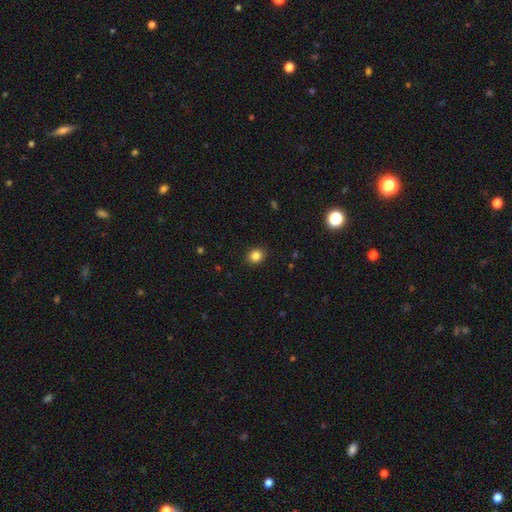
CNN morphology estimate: This is clearly a smooth galaxy (85%). How rounded: likely round (70%). Merging: clearly none (90%).